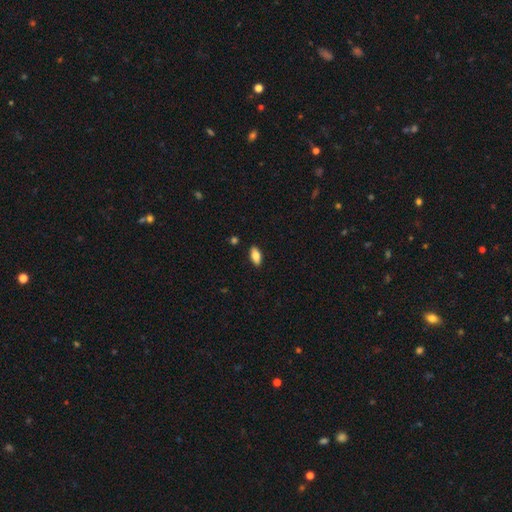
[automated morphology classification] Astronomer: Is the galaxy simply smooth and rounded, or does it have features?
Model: smooth — 79%.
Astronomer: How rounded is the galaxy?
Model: in between — 87%.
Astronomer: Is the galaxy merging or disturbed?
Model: none — 89%.